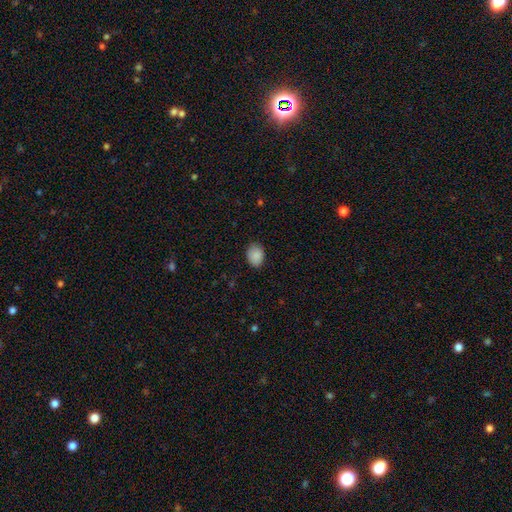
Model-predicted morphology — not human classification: A smooth galaxy with no disk features (89%) that is in between round and cigar-shaped (72%).

Vote fractions:
- Smooth or featured? smooth: 89% / star or artifact: 7% / featured or disk: 4%
- How rounded? in between: 72% / round: 27% / cigar-shaped: 1%
- Merging? none: 82% / minor disturbance: 14% / major disturbance: 3% / merger: 1%